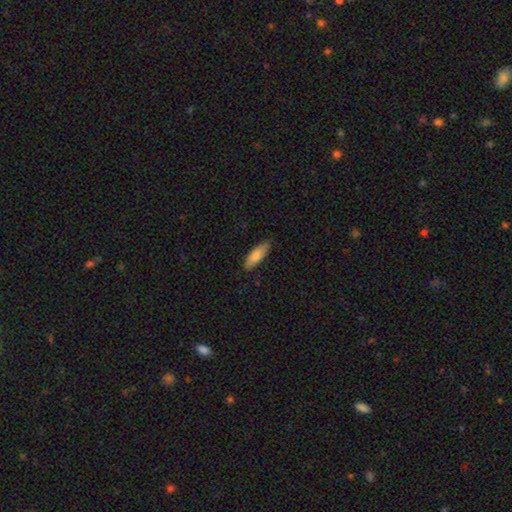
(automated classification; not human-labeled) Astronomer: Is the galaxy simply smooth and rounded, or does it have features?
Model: smooth — 78%.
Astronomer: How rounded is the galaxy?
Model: in between — 60% (runner-up: cigar-shaped, 38%).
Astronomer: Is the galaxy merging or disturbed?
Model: none — 83%.